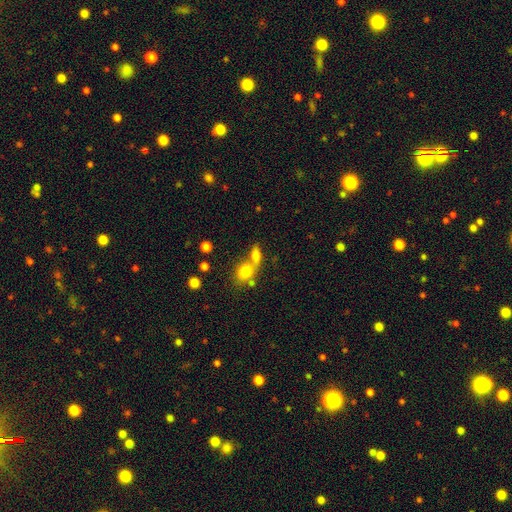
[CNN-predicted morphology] smooth_or_featured: smooth (p=0.74) [alt: featured or disk p=0.14]
how_rounded: in between (p=0.63) [alt: round p=0.29]
merging: merger (p=0.51) [alt: none p=0.36]